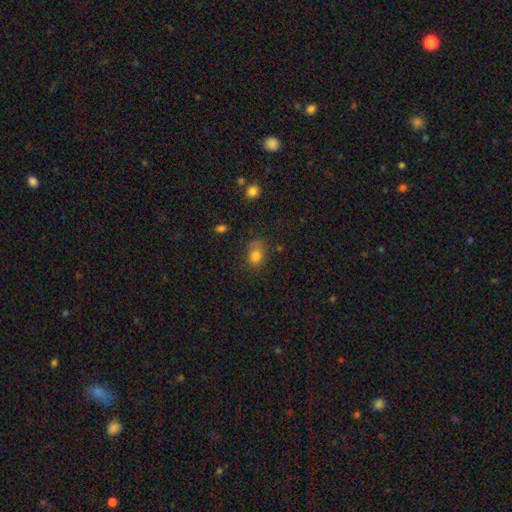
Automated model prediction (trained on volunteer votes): smooth 78%, star or artifact 11%, featured or disk 11%. Down the decision tree: how rounded — in between (62%); merging — none (55%).